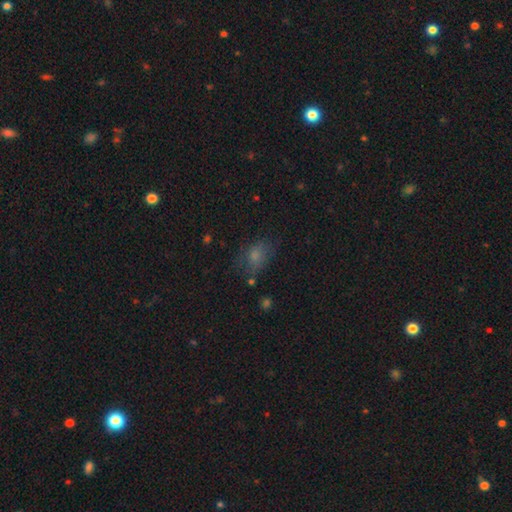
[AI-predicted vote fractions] Overall: smooth (70%). How rounded: in between (76%). Merging: none (57%; minor disturbance 25%).